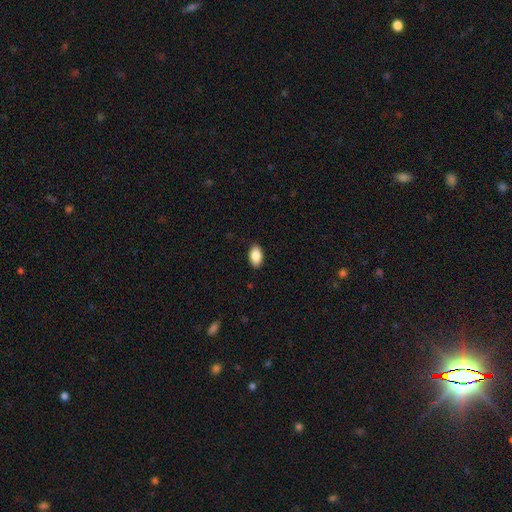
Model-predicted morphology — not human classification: This appears to be a smooth galaxy with no disk features (87%) that is in between round and cigar-shaped (93%). Merging: none (88%).